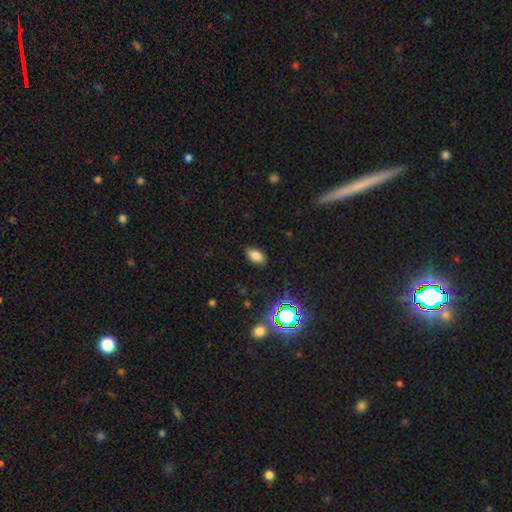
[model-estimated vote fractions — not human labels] smooth_or_featured: smooth (p=0.76) [alt: star or artifact p=0.17]
how_rounded: in between (p=0.92) [alt: round p=0.05]
merging: none (p=0.87) [alt: minor disturbance p=0.09]